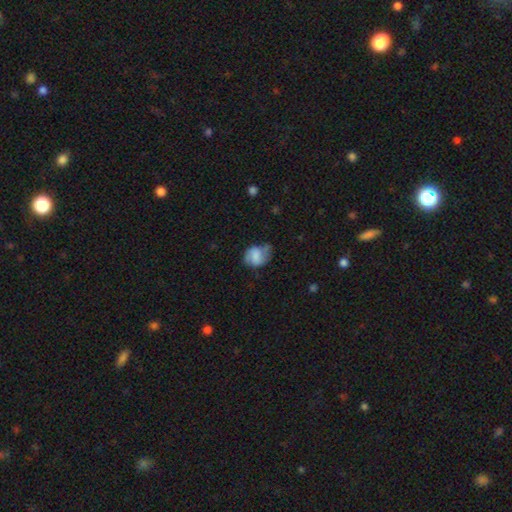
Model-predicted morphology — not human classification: This appears to be a smooth galaxy with no disk features (48%). Merging: none (51%).